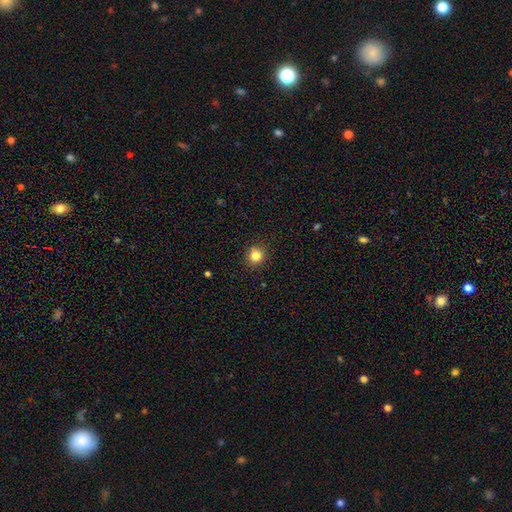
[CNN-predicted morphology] A smooth galaxy with no disk features (82%) that is round (91%).

Vote fractions:
- Smooth or featured? smooth: 82% / star or artifact: 12% / featured or disk: 5%
- How rounded? round: 91% / in between: 8% / cigar-shaped: 1%
- Merging? none: 90% / minor disturbance: 7% / major disturbance: 2% / merger: 1%